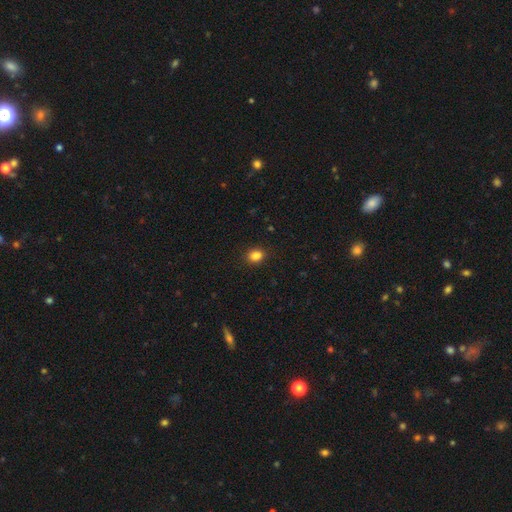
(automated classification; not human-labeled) Smooth or featured?
  - smooth: 85% *
  - star or artifact: 12%
  - featured or disk: 4%
How rounded?
  - round: 52% *
  - in between: 47%
  - cigar-shaped: 1%
Merging?
  - none: 86% *
  - minor disturbance: 9%
  - major disturbance: 3%
  - merger: 1%